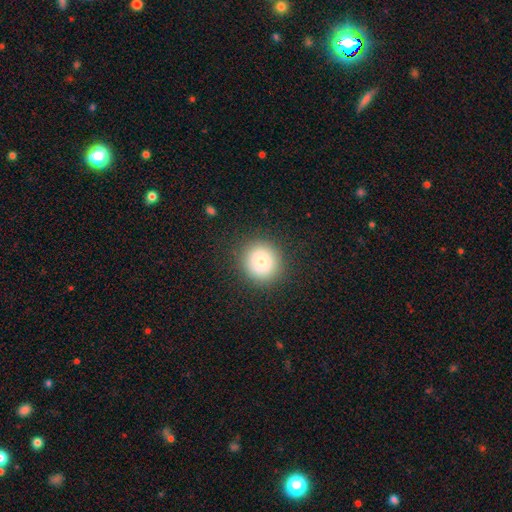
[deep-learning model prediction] The model was most divided on "smooth or featured": smooth: 76%, featured or disk: 14%, star or artifact: 10%. More confident: how rounded — round (92%); merging — none (87%).